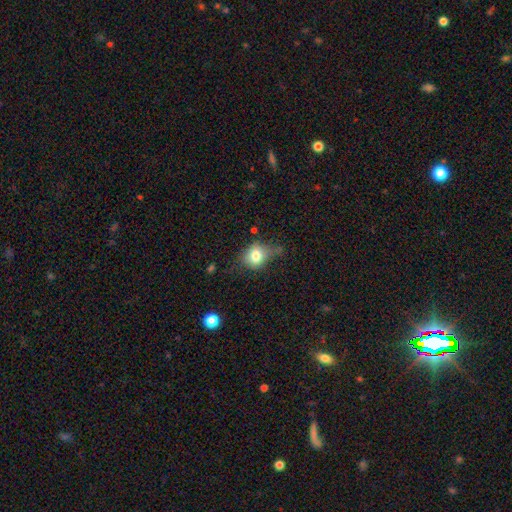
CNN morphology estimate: smooth_or_featured: smooth (p=0.72) [alt: featured or disk p=0.17]
how_rounded: round (p=0.56) [alt: in between p=0.42]
merging: none (p=0.48) [alt: minor disturbance p=0.32]